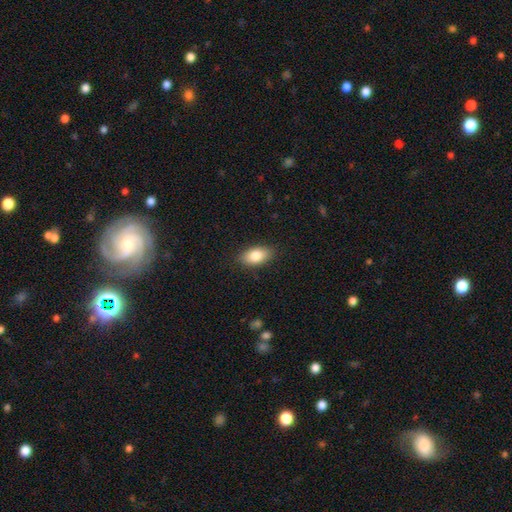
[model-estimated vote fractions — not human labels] Q: Smooth or featured?
A: smooth (83%); runner-up: featured or disk (10%)
Q: How rounded?
A: in between (90%); runner-up: round (6%)
Q: Merging?
A: none (87%); runner-up: minor disturbance (10%)